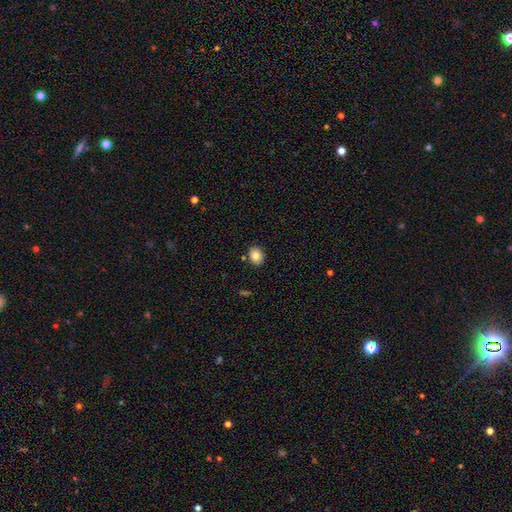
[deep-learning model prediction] Smooth or featured: smooth — 85% (star or artifact — 9%)
How rounded: round — 57% (in between — 43%)
Merging: none — 86% (minor disturbance — 9%)